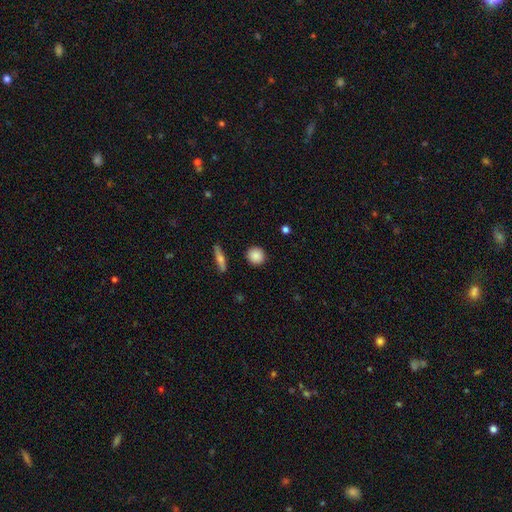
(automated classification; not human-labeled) The model was most divided on "smooth or featured": smooth: 87%, star or artifact: 7%, featured or disk: 5%. More confident: merging — none (90%); how rounded — round (90%).